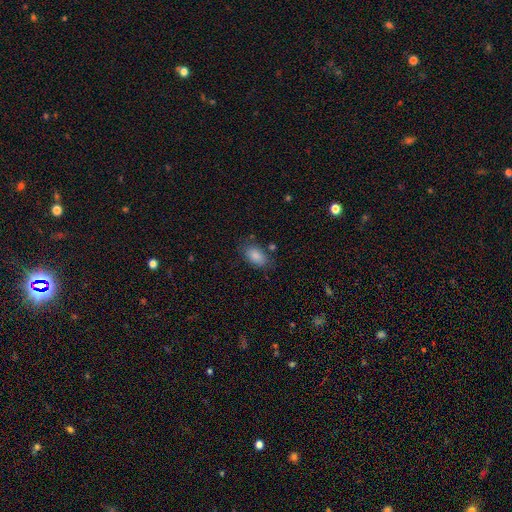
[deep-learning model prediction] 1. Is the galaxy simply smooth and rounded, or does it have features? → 86% smooth, 8% star or artifact, 6% featured or disk.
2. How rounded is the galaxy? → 91% in between, 7% round, 2% cigar-shaped.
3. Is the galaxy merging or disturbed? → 75% none, 17% minor disturbance, 5% major disturbance, 3% merger.